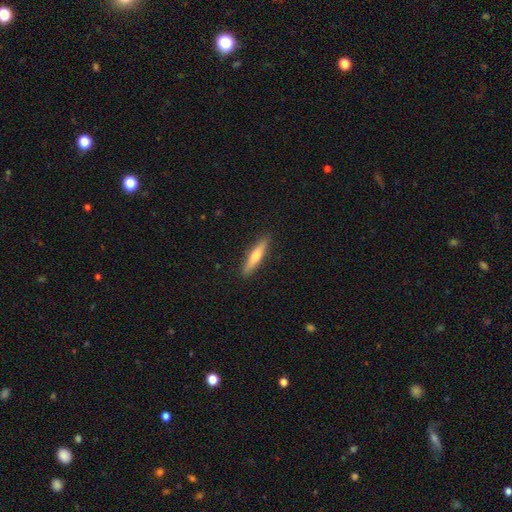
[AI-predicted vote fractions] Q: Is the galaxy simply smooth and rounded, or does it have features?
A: smooth — 58%.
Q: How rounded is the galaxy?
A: cigar-shaped — 87%.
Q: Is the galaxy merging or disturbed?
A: none — 90%.